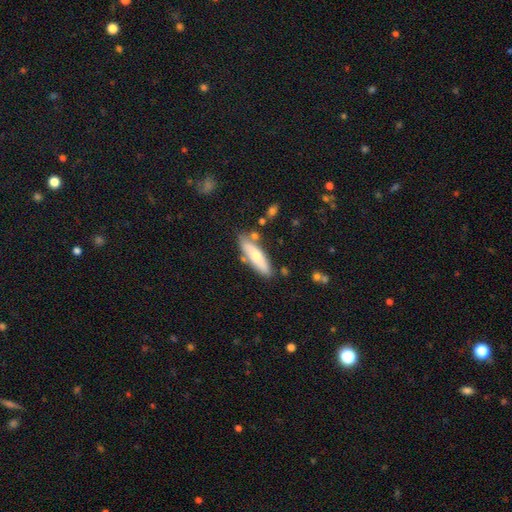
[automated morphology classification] type=smooth (65%); roundness=cigar-shaped (58%); merging=none (76%).